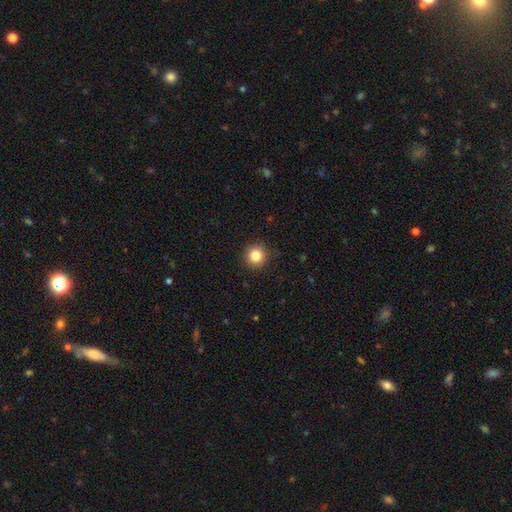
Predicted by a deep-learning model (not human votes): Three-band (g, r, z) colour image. It shows a smooth galaxy with no disk features (83%) that is round (94%). Merging: none (91%).